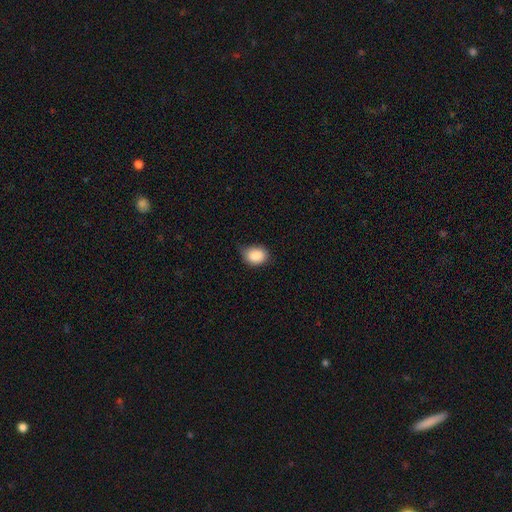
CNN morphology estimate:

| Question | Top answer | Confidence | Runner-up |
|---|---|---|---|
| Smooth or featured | smooth | 88% | star or artifact (8%) |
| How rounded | in between | 54% | round (45%) |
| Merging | none | 57% | minor disturbance (35%) |